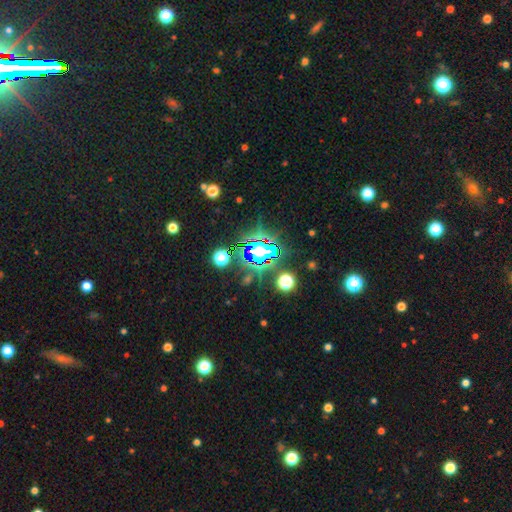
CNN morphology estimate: Smooth or featured?
  - star or artifact: 65% *
  - smooth: 23%
  - featured or disk: 12%